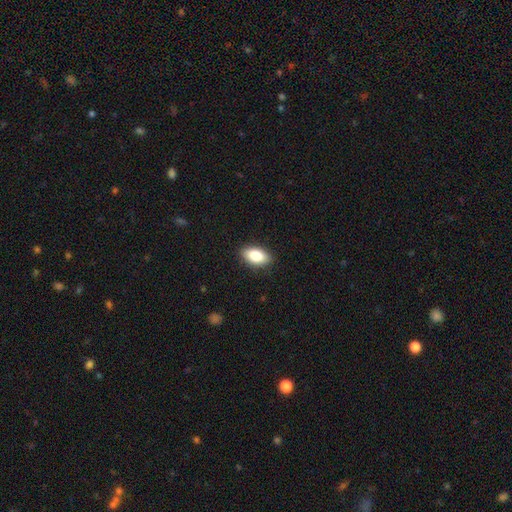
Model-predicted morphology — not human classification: This is clearly a smooth galaxy (83%). How rounded: clearly in between (91%). Merging: clearly none (89%).